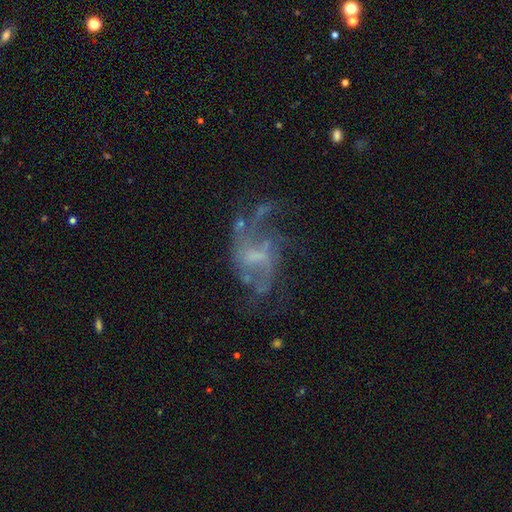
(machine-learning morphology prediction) Overall: featured or disk (79%). Edge-on disk: no (97%). Bar: weak (49%; no 36%). Spiral arms: yes (80%). Spiral arm count: 2 (48%; can't tell 19%). Spiral winding: loose (66%; medium 27%). Bulge size: none (40%; small 33%). Merging: none (41%; major disturbance 37%).